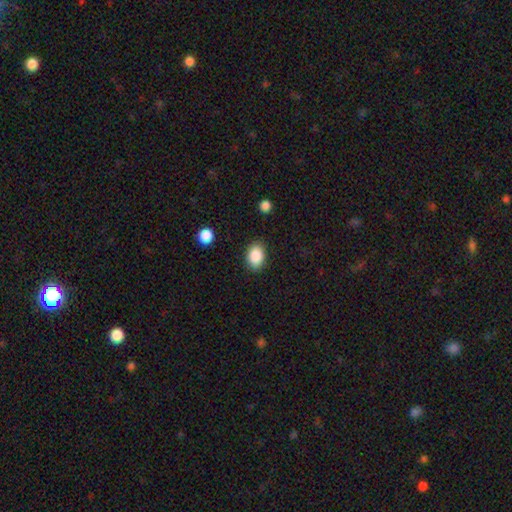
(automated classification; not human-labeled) Smooth or featured: smooth — 88% (star or artifact — 8%)
How rounded: in between — 82% (round — 17%)
Merging: none — 86% (minor disturbance — 10%)